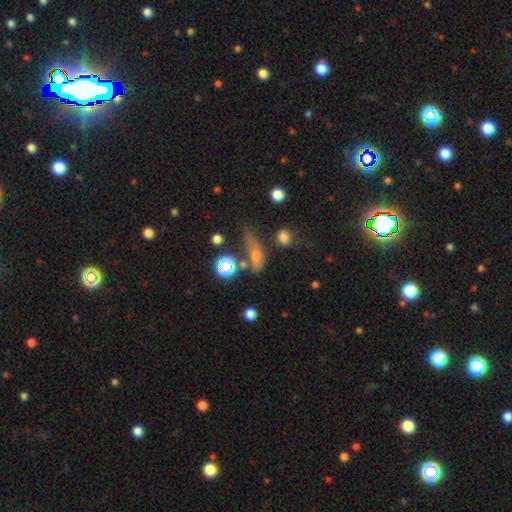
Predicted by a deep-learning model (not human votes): A smooth galaxy with no disk features (53%) that is in between round and cigar-shaped (45%). Merging: none (41%).